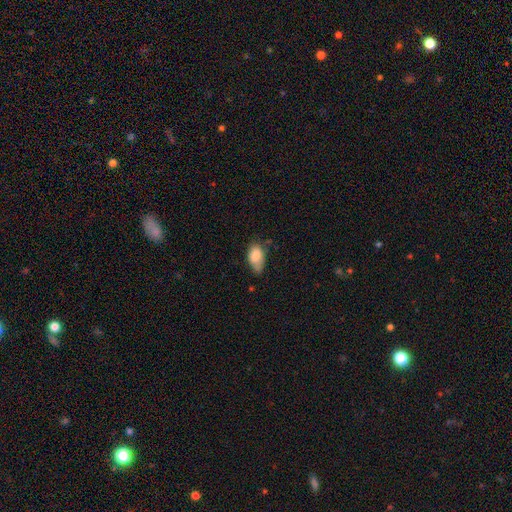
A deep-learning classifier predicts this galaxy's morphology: The model was most divided on "merging": none: 44%, minor disturbance: 42%, major disturbance: 10%, merger: 4%. More confident: how rounded — in between (91%); smooth or featured — smooth (82%).